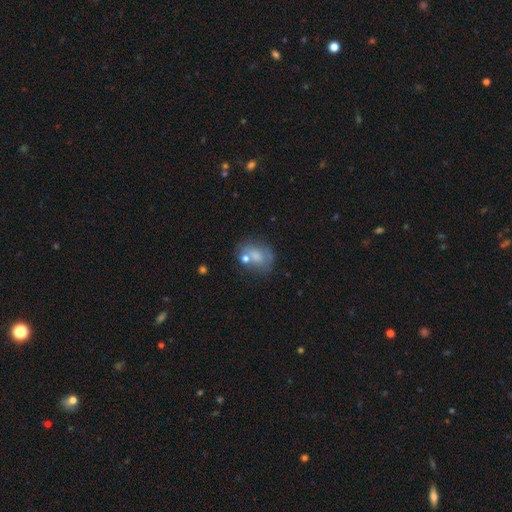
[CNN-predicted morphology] smooth-or-featured: smooth: 61% | featured or disk: 28% | star or artifact: 10%
  how-rounded: in between: 60% | round: 38% | cigar-shaped: 1%
  merging: none: 44% | merger: 22% | minor disturbance: 22% | major disturbance: 12%